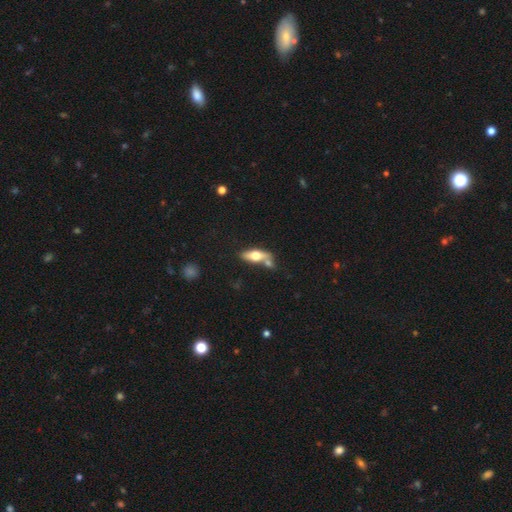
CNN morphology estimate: This is possibly a smooth galaxy (56%). How rounded: likely in between (65%). Merging: possibly none (52%).